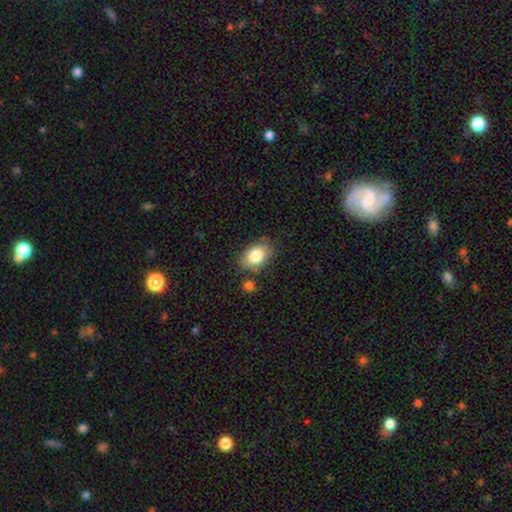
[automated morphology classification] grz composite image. It shows a smooth galaxy with no disk features (83%) that is in between round and cigar-shaped (83%). Merging: none (75%).